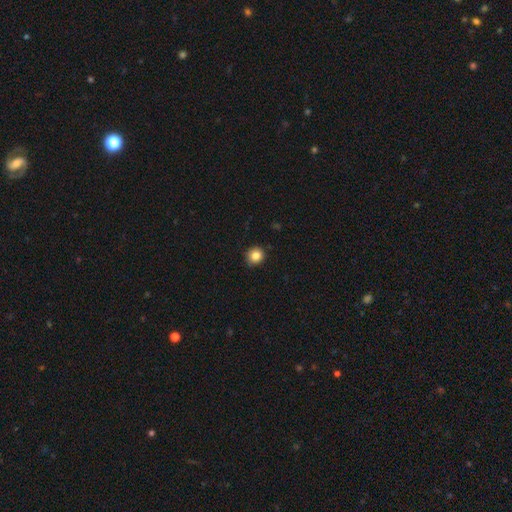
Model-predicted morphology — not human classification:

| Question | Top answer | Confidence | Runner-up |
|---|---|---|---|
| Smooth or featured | smooth | 84% | star or artifact (11%) |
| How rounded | round | 90% | in between (9%) |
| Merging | none | 90% | minor disturbance (7%) |